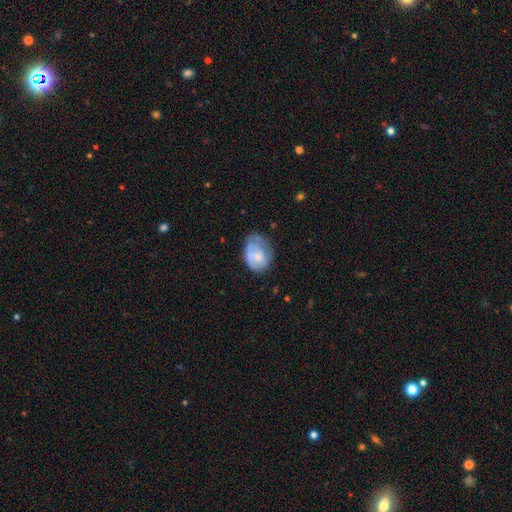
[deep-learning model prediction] Smooth or featured: smooth — 59% (featured or disk — 34%)
How rounded: in between — 64% (round — 35%)
Merging: none — 39% (minor disturbance — 35%)